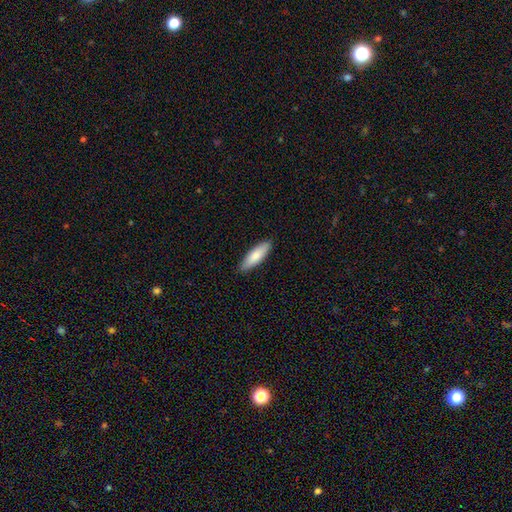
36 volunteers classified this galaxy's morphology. Smooth or featured? 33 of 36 (92%) said smooth. How rounded? 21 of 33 (64%) said in between. Merging? 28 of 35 (80%) said none.